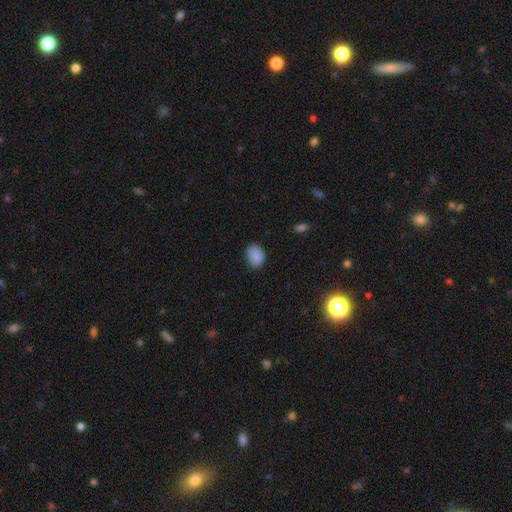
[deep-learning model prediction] This is clearly a smooth galaxy (87%). How rounded: possibly in between (59%). Merging: likely none (76%).